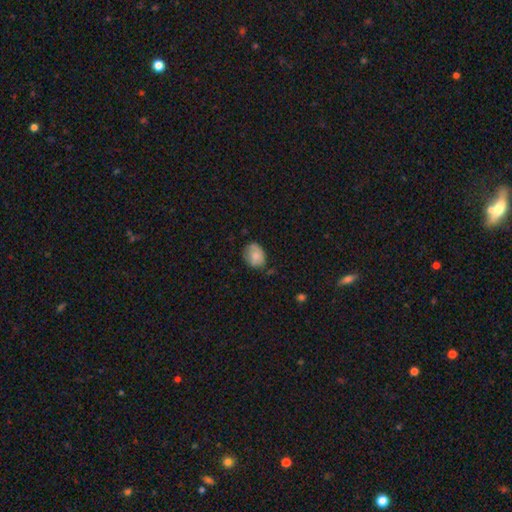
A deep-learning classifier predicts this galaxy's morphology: Smooth or featured: smooth — 76% (featured or disk — 16%)
How rounded: in between — 55% (round — 44%)
Merging: none — 60% (minor disturbance — 30%)